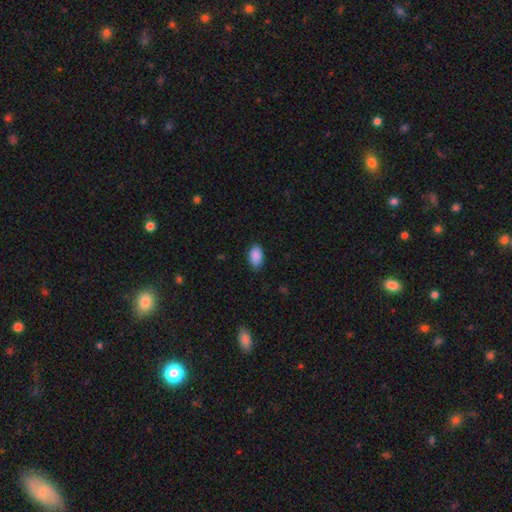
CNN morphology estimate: Smooth or featured: smooth — 90% (star or artifact — 7%)
How rounded: in between — 93% (round — 5%)
Merging: none — 84% (minor disturbance — 12%)